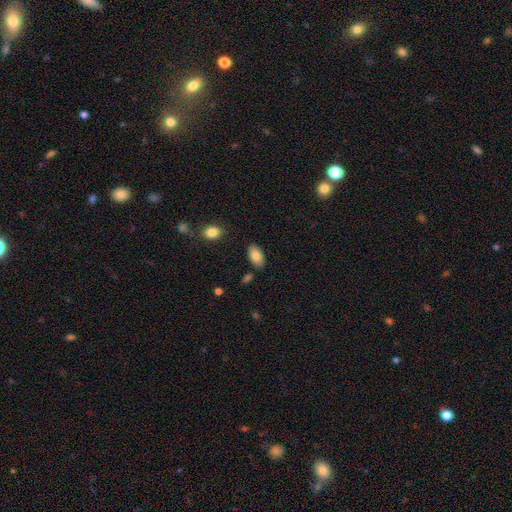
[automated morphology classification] Smooth or featured? smooth (81%)
How rounded? in between (94%)
Merging? none (83%)